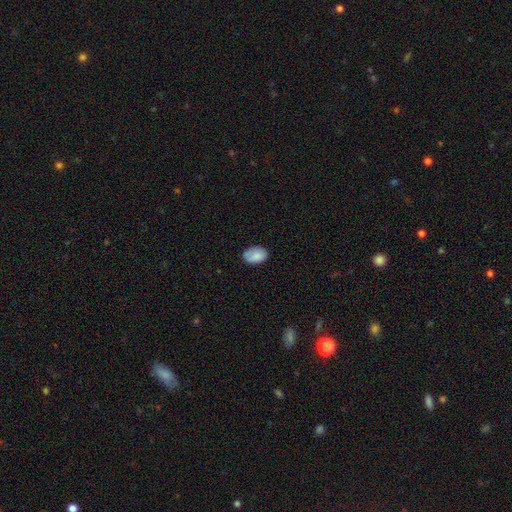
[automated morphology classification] Q: Smooth or featured?
A: smooth (85%); runner-up: featured or disk (8%)
Q: How rounded?
A: in between (85%); runner-up: round (14%)
Q: Merging?
A: none (75%); runner-up: minor disturbance (20%)